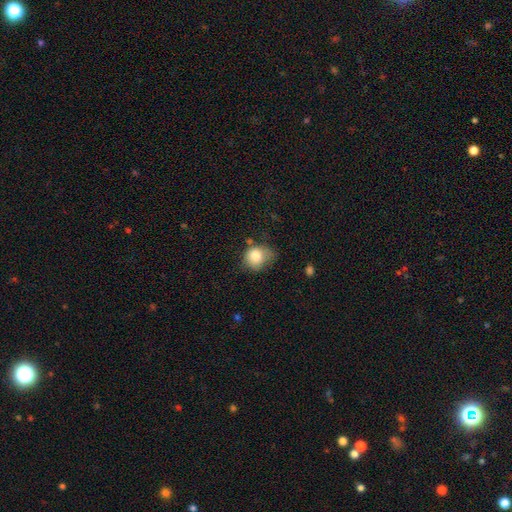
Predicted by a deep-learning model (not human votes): Q: Smooth or featured?
A: smooth (81%); runner-up: featured or disk (10%)
Q: How rounded?
A: round (71%); runner-up: in between (28%)
Q: Merging?
A: none (44%); runner-up: minor disturbance (37%)